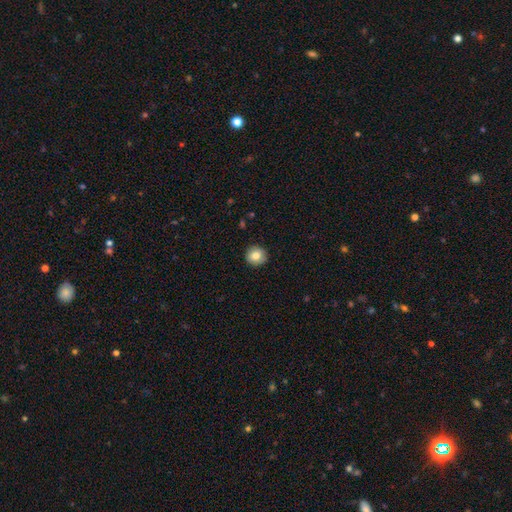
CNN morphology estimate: Smooth or featured? smooth (81%)
How rounded? round (90%)
Merging? none (90%)